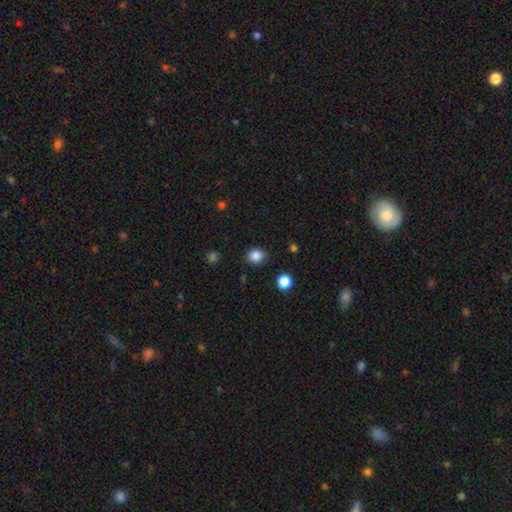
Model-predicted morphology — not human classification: smooth-or-featured: smooth: 86% | star or artifact: 11% | featured or disk: 3%
  how-rounded: round: 78% | in between: 21% | cigar-shaped: 1%
  merging: none: 87% | minor disturbance: 9% | major disturbance: 3% | merger: 2%